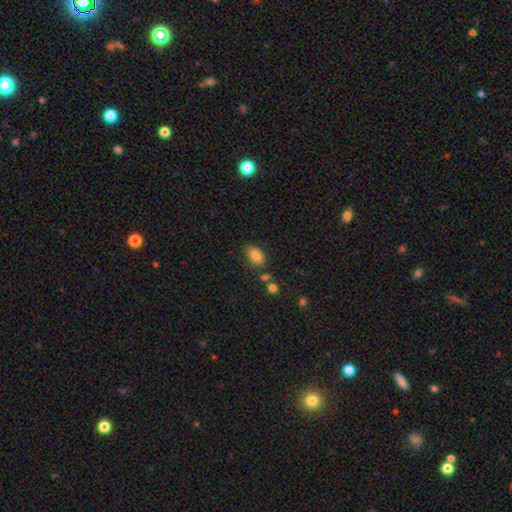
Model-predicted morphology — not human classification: Q: Smooth or featured?
A: smooth (82%); runner-up: star or artifact (10%)
Q: How rounded?
A: in between (83%); runner-up: round (15%)
Q: Merging?
A: none (72%); runner-up: minor disturbance (17%)